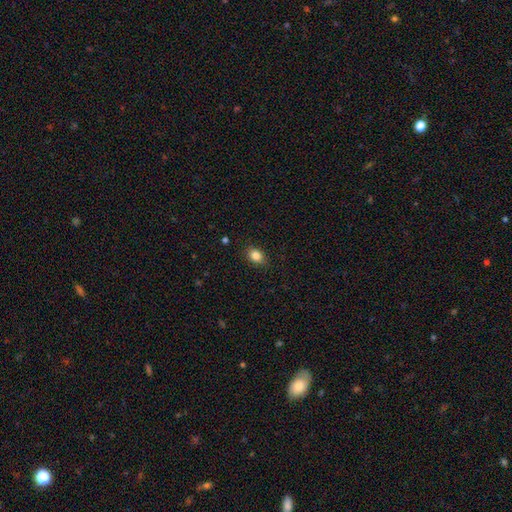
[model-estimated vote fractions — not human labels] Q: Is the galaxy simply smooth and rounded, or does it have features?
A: smooth — 84%.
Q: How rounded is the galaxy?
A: in between — 67%.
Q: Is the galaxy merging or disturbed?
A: none — 85%.